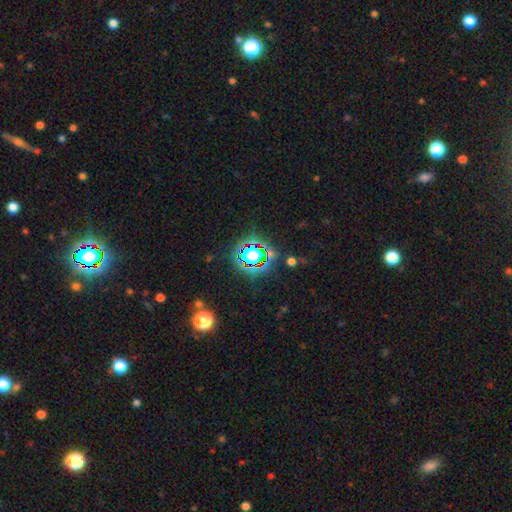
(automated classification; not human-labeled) This is likely a star or artifact rather than a galaxy (71%).